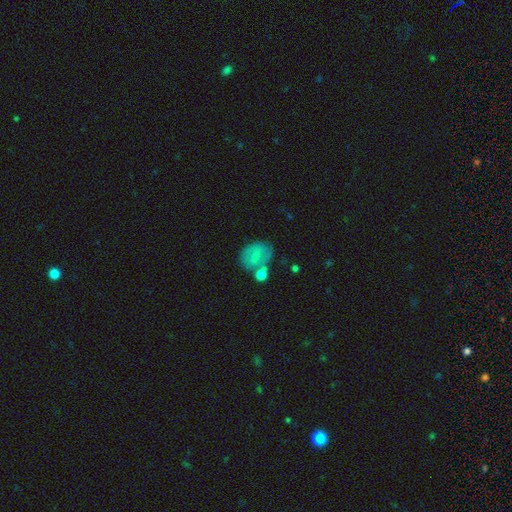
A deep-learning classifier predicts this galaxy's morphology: Smooth or featured? Predicted: smooth (p=0.63). How rounded? Predicted: in between (p=0.62). Merging? Predicted: none (p=0.46).